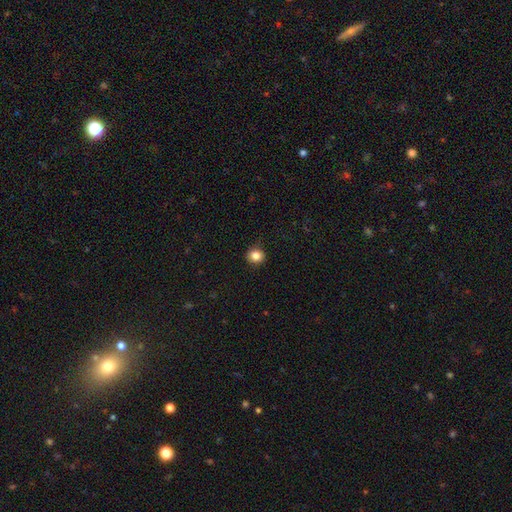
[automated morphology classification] smooth 83%, star or artifact 11%, featured or disk 6%. Down the decision tree: how rounded — round (83%); merging — none (86%).